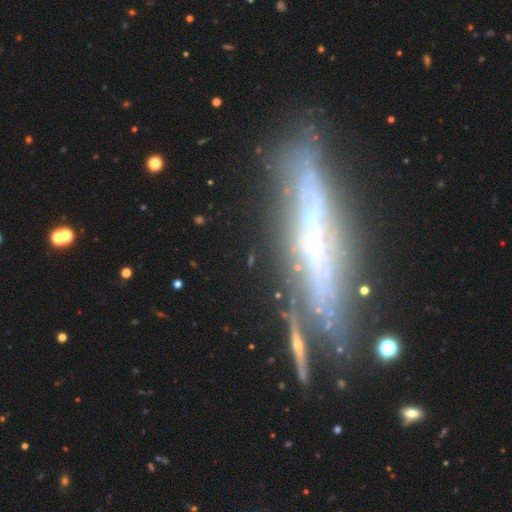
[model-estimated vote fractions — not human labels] Smooth or featured? Predicted: featured or disk (p=0.70). Edge-on disk? Predicted: yes (p=0.74). Edge-on bulge? Predicted: none (p=0.69). Merging? Predicted: none (p=0.70).